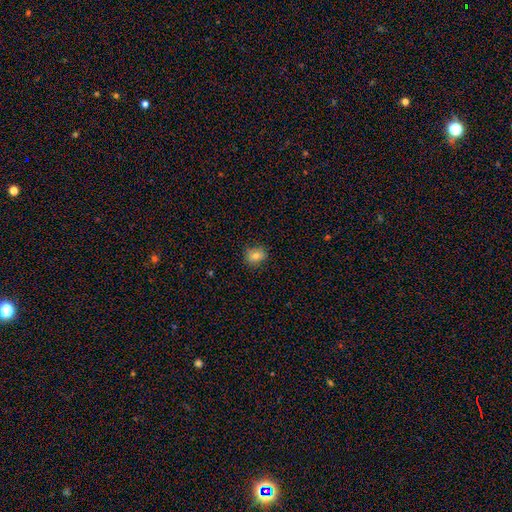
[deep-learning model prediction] smooth 78%, star or artifact 11%, featured or disk 10%. Down the decision tree: how rounded — round (68%); merging — none (85%).